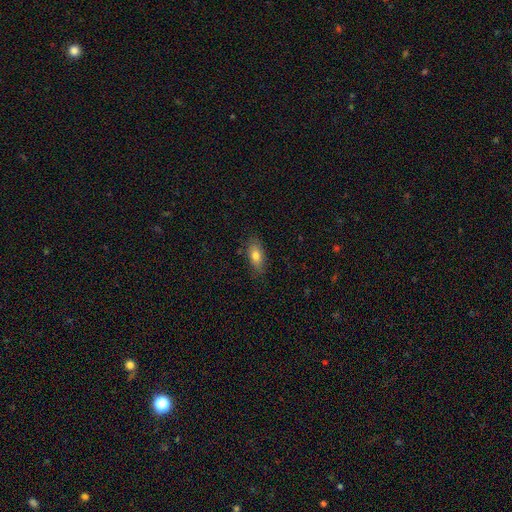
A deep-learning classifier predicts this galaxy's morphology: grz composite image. It shows a smooth galaxy with no disk features (76%) that is in between round and cigar-shaped (85%). Merging: none (81%).